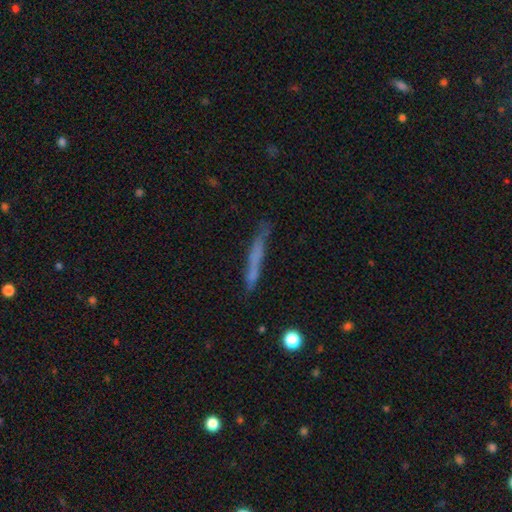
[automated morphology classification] A smooth galaxy with no disk features (56%) that is cigar-shaped (94%). Merging: none (71%).